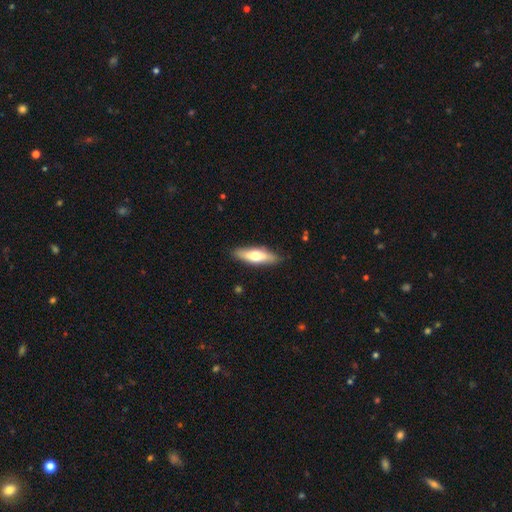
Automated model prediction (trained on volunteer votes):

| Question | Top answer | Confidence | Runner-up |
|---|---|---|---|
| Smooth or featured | smooth | 58% | featured or disk (37%) |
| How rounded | cigar-shaped | 56% | in between (42%) |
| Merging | none | 87% | minor disturbance (10%) |